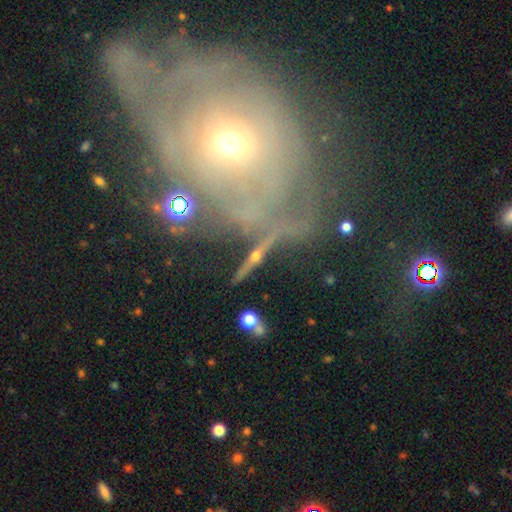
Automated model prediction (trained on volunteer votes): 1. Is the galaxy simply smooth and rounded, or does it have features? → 48% featured or disk, 26% star or artifact, 26% smooth.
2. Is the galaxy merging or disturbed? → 55% none, 18% major disturbance, 17% minor disturbance, 11% merger.